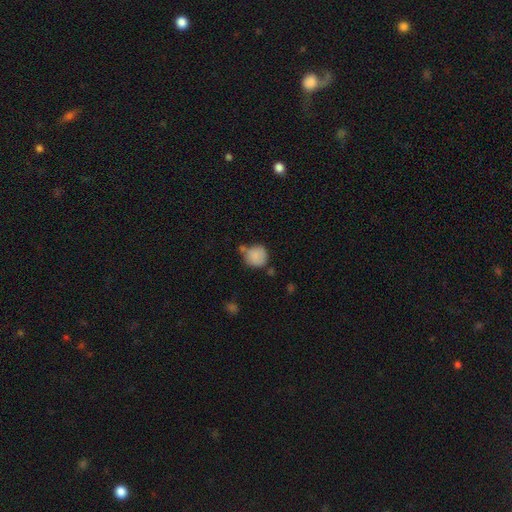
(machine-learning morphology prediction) Smooth or featured: smooth — 85% (star or artifact — 8%)
How rounded: round — 86% (in between — 13%)
Merging: none — 57% (minor disturbance — 22%)